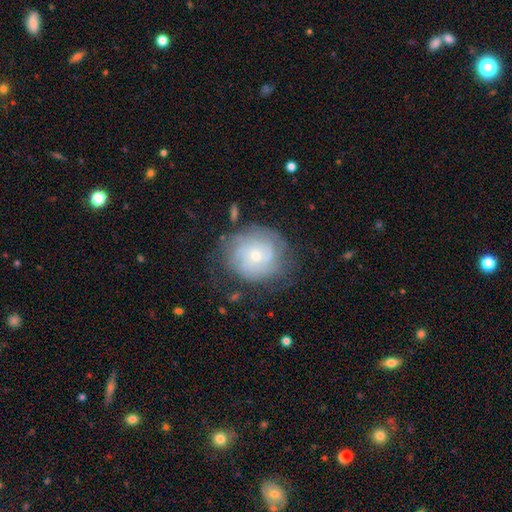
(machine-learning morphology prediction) This is likely a featured or disk galaxy (60%). It is clearly not viewed edge-on (97%). Bar: likely no (78%). Spiral arm pattern: likely yes (80%). Central bulge: possibly small (59%). Merging: likely none (65%).